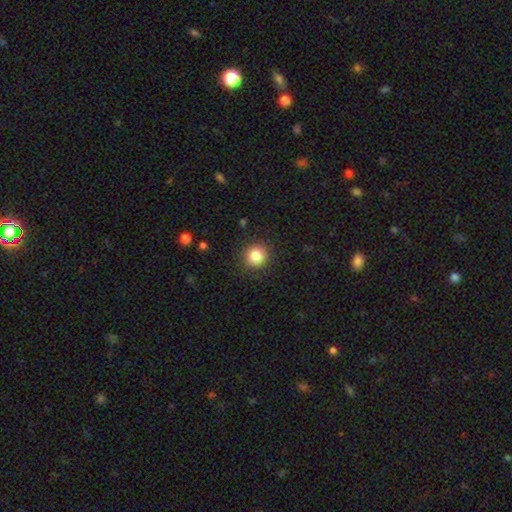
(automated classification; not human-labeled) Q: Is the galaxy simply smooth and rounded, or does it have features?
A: smooth — 84%.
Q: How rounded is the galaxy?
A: round — 91%.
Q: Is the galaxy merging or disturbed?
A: none — 90%.